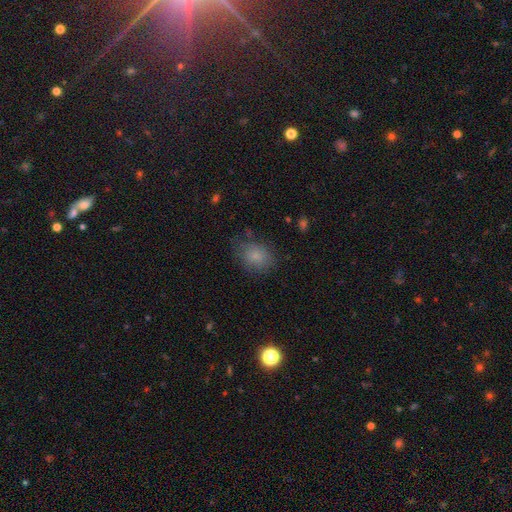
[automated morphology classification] Smooth or featured? Predicted: smooth (p=0.80). How rounded? Predicted: in between (p=0.53). Merging? Predicted: none (p=0.71).